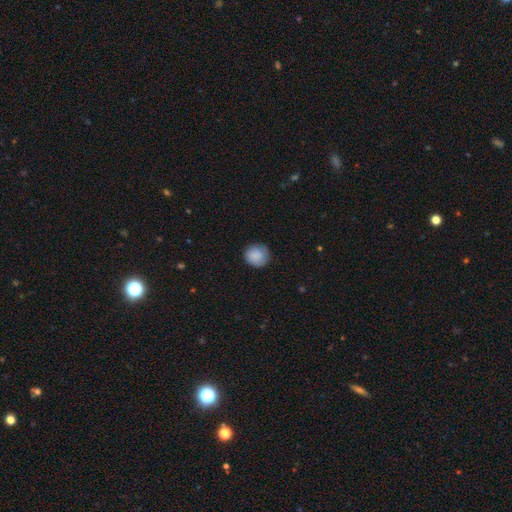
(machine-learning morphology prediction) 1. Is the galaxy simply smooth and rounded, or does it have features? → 87% smooth, 7% star or artifact, 6% featured or disk.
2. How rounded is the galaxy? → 89% round, 10% in between, 1% cigar-shaped.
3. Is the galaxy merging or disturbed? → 83% none, 13% minor disturbance, 3% major disturbance, 1% merger.